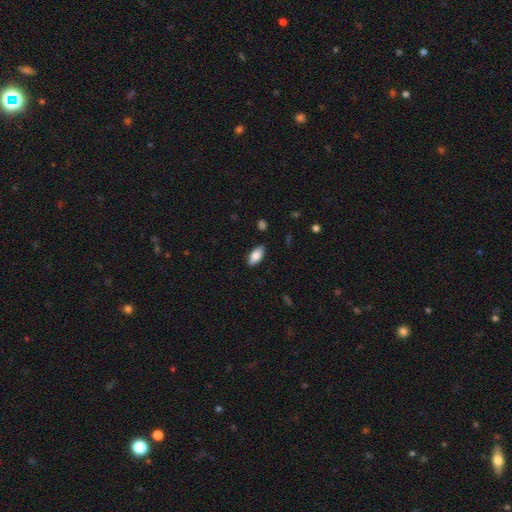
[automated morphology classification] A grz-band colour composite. It shows a smooth galaxy with no disk features (83%) that is in between round and cigar-shaped (89%). Merging: none (87%).